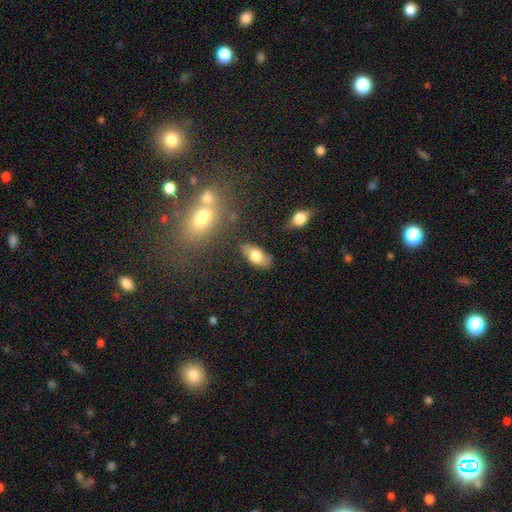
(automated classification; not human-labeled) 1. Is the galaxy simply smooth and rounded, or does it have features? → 73% smooth, 20% featured or disk, 7% star or artifact.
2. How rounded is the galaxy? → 89% in between, 6% cigar-shaped, 5% round.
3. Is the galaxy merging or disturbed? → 78% none, 15% minor disturbance, 4% merger, 4% major disturbance.